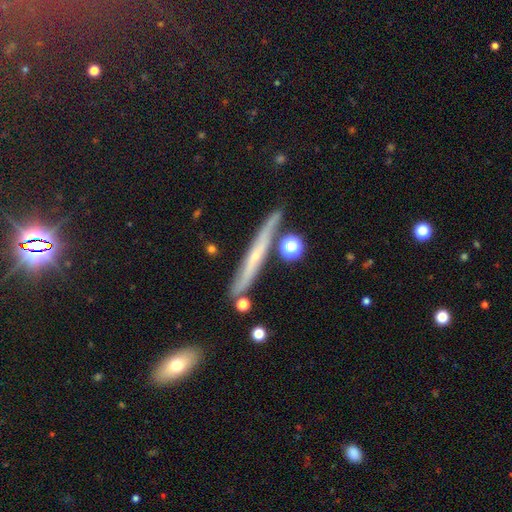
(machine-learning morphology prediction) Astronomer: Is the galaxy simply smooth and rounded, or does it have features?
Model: featured or disk — 60%.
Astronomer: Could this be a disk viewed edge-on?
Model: yes — 91%.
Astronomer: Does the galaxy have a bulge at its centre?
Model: none — 49% (runner-up: rounded, 46%).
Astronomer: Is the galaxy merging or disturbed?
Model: none — 79%.